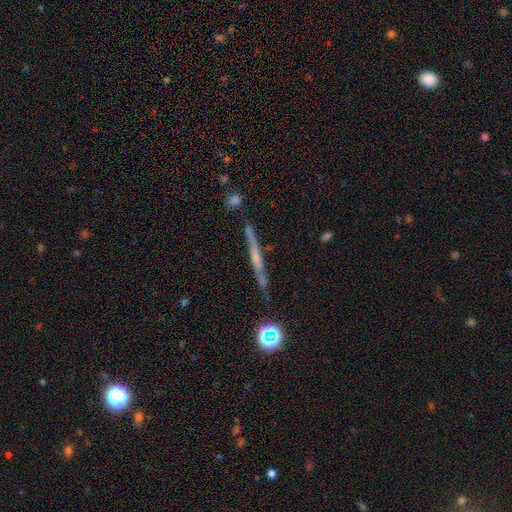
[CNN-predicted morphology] Q: Smooth or featured?
A: featured or disk (59%); runner-up: smooth (27%)
Q: Edge-on disk?
A: yes (94%); runner-up: no (6%)
Q: Edge-on bulge?
A: none (50%); runner-up: rounded (36%)
Q: Merging?
A: none (78%); runner-up: minor disturbance (14%)